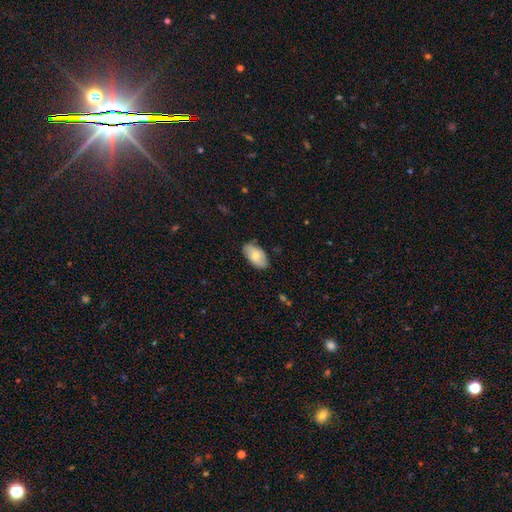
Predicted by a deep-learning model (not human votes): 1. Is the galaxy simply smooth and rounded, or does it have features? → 69% smooth, 25% featured or disk, 6% star or artifact.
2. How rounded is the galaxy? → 94% in between, 4% round, 2% cigar-shaped.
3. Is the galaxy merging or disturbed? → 80% none, 17% minor disturbance, 3% major disturbance, 1% merger.